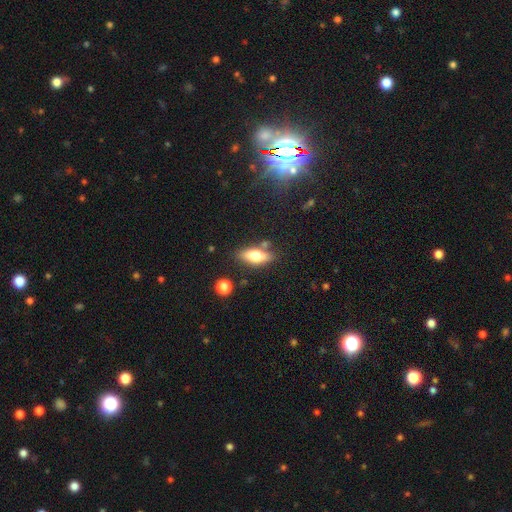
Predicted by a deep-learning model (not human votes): Overall: smooth (64%; featured or disk 28%). How rounded: in between (71%). Merging: none (76%).